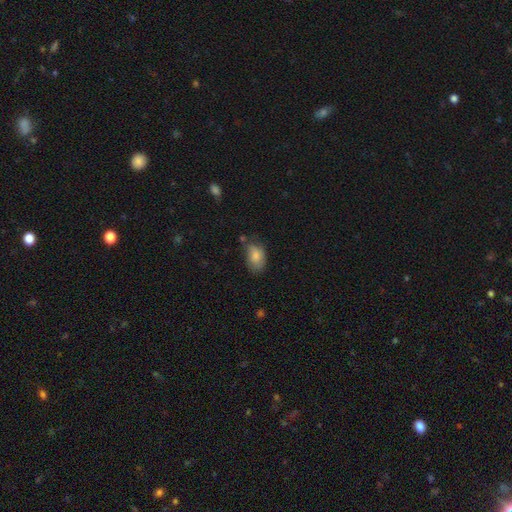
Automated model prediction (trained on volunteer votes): Smooth or featured? Predicted: smooth (p=0.80). How rounded? Predicted: in between (p=0.91). Merging? Predicted: none (p=0.56).